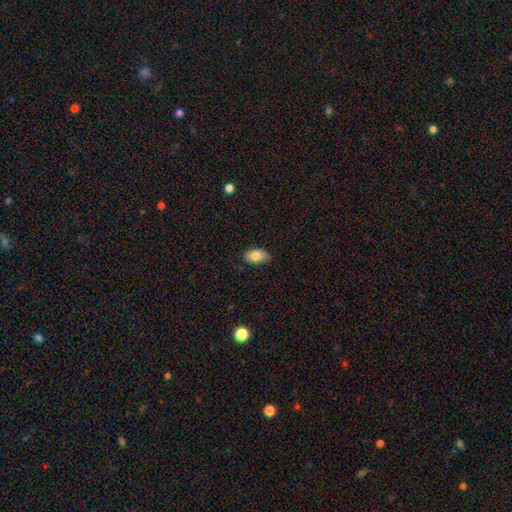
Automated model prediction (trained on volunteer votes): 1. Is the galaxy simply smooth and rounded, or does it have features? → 79% smooth, 14% featured or disk, 7% star or artifact.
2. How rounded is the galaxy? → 92% in between, 4% round, 3% cigar-shaped.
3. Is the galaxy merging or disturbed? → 74% none, 22% minor disturbance, 3% major disturbance, 1% merger.